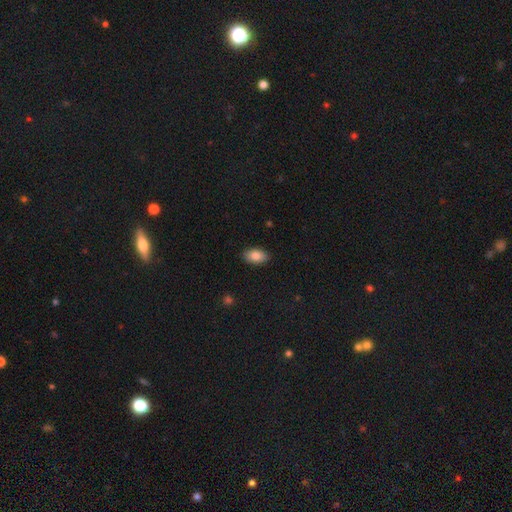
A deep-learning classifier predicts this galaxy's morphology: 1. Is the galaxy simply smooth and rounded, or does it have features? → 86% smooth, 7% featured or disk, 7% star or artifact.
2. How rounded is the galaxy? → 92% in between, 6% round, 2% cigar-shaped.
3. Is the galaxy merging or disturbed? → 88% none, 9% minor disturbance, 2% major disturbance, 1% merger.